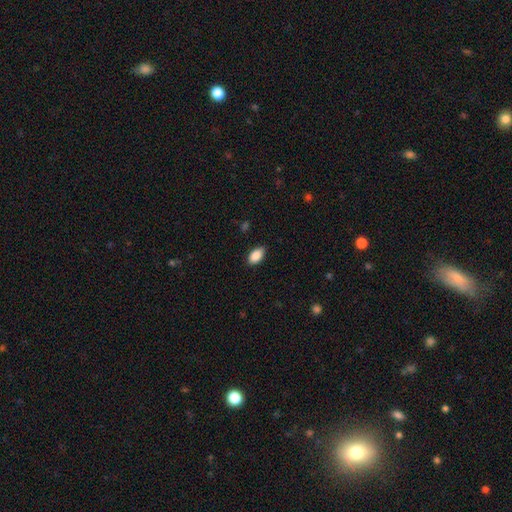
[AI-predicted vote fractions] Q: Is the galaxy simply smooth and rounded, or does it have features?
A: smooth — 88%.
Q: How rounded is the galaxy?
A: in between — 93%.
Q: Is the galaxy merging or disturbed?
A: none — 87%.